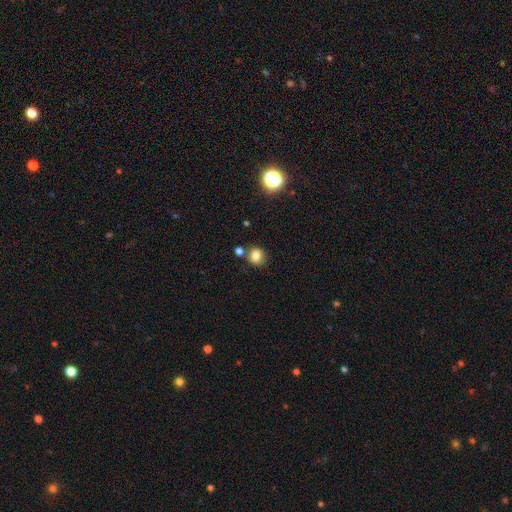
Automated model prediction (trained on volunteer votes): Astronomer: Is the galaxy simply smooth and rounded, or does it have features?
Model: smooth — 80%.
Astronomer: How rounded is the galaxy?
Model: round — 77%.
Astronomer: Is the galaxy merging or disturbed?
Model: none — 71%.